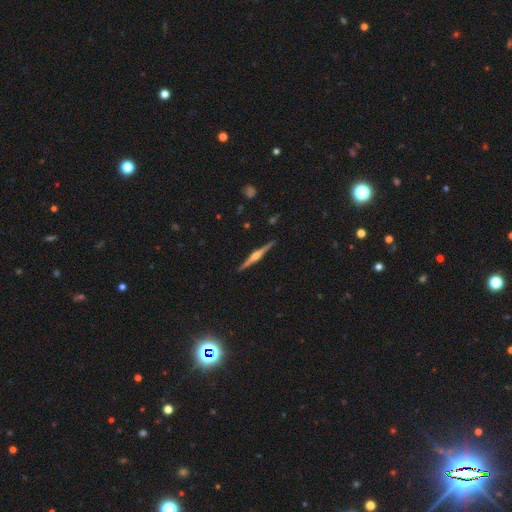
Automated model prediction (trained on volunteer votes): Smooth or featured: featured or disk — 84% (smooth — 11%)
Edge-on disk: yes — 99% (no — 1%)
Edge-on bulge: rounded — 89% (boxy — 7%)
Merging: none — 92% (minor disturbance — 5%)